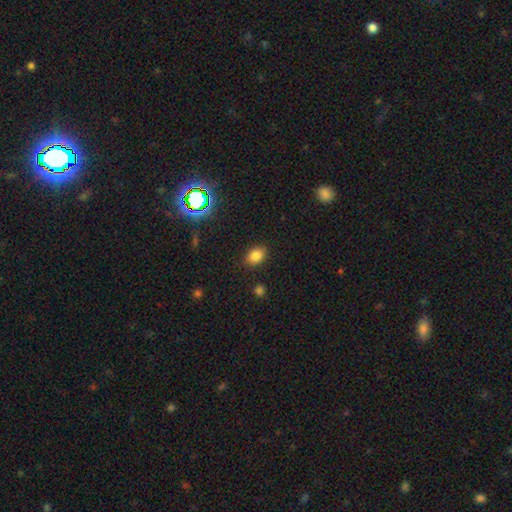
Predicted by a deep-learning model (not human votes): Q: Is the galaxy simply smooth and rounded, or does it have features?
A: smooth — 82%.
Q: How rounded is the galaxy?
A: in between — 69%.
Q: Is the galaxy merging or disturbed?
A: none — 85%.